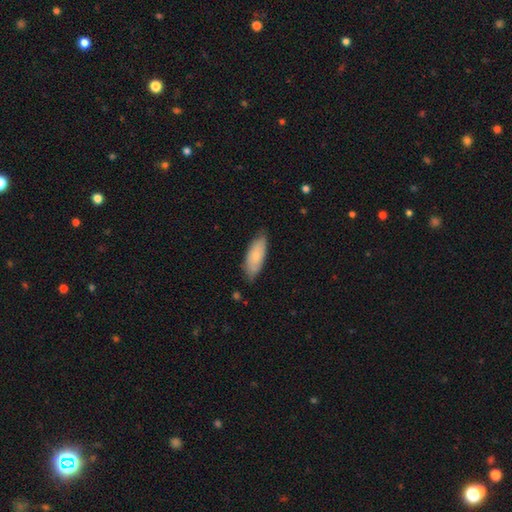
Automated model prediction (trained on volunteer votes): Q: Smooth or featured?
A: smooth (80%); runner-up: featured or disk (14%)
Q: How rounded?
A: in between (76%); runner-up: cigar-shaped (23%)
Q: Merging?
A: none (75%); runner-up: minor disturbance (21%)